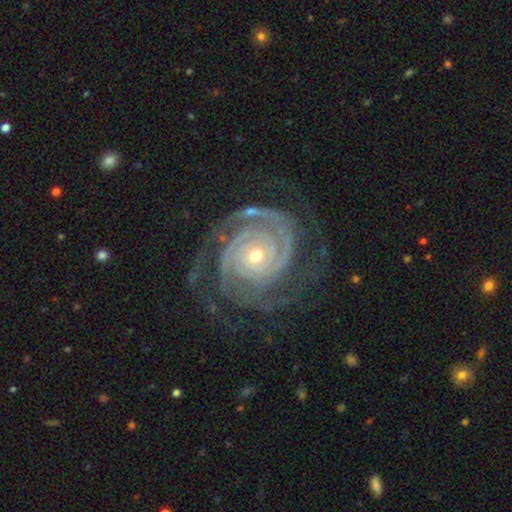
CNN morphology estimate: The model was most divided on "spiral arm count": 2: 39%, 3: 27%, 4: 11%, can't tell: 10%, more than 4: 7%, 1: 6%. More confident: spiral arms — yes (99%); edge-on disk — no (98%); smooth or featured — featured or disk (93%); spiral winding — tight (83%); bar — no (78%); merging — none (74%); bulge size — small (62%).